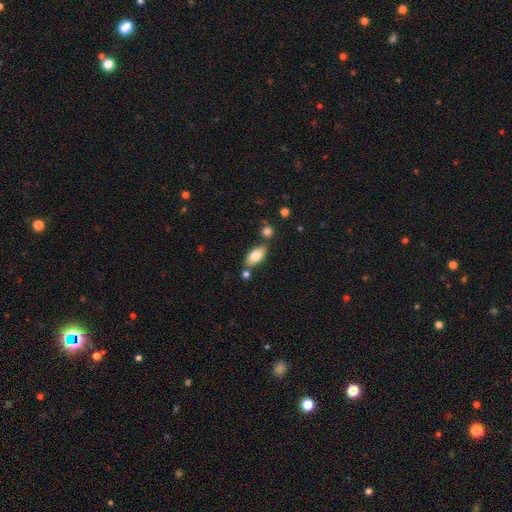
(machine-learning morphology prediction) This is likely a smooth galaxy (76%). How rounded: clearly in between (88%). Merging: likely none (73%).